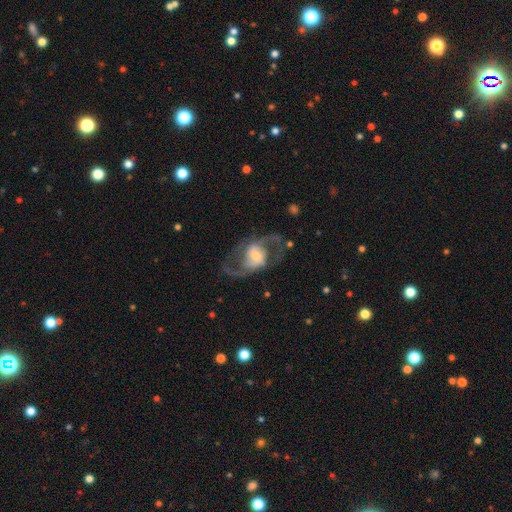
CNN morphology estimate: The model was most divided on "bar": no: 45%, weak: 36%, strong: 19%. More confident: edge-on disk — no (96%); spiral arm count — 2 (91%); spiral arms — yes (89%); smooth or featured — featured or disk (83%); merging — none (71%); bulge size — moderate (54%); spiral winding — medium (51%).